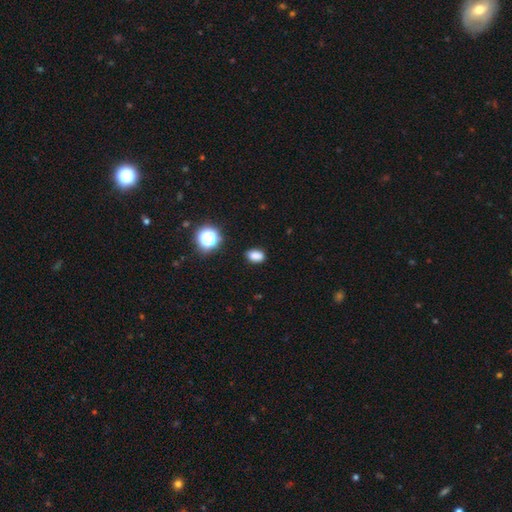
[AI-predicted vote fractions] smooth-or-featured: smooth: 82% | star or artifact: 14% | featured or disk: 4%
  how-rounded: in between: 80% | round: 19% | cigar-shaped: 2%
  merging: none: 84% | minor disturbance: 11% | major disturbance: 3% | merger: 2%